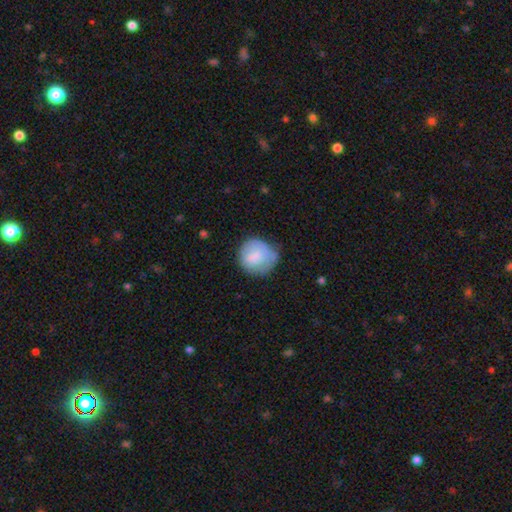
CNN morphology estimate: Overall: smooth (76%). How rounded: round (86%). Merging: none (51%; minor disturbance 33%).